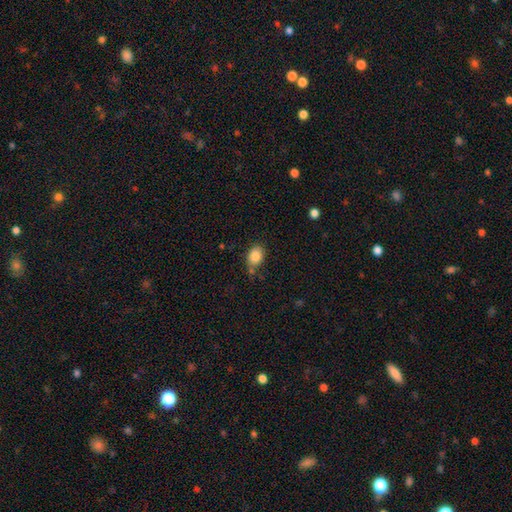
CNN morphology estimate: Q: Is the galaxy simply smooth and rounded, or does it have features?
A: smooth — 85%.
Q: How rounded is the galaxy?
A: in between — 68%.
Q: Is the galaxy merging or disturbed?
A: none — 67%.